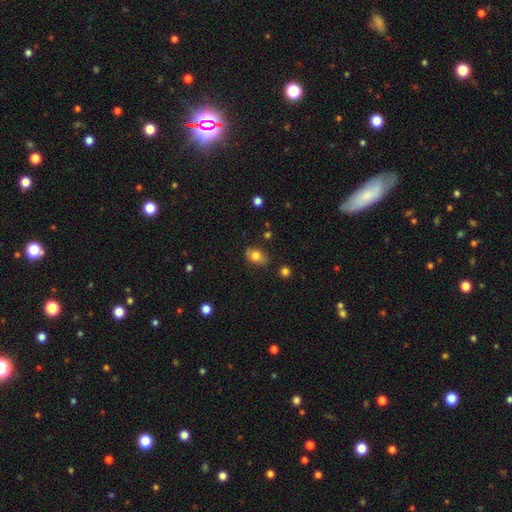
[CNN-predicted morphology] Q: Smooth or featured?
A: smooth (76%); runner-up: featured or disk (15%)
Q: How rounded?
A: in between (76%); runner-up: round (22%)
Q: Merging?
A: none (76%); runner-up: minor disturbance (18%)